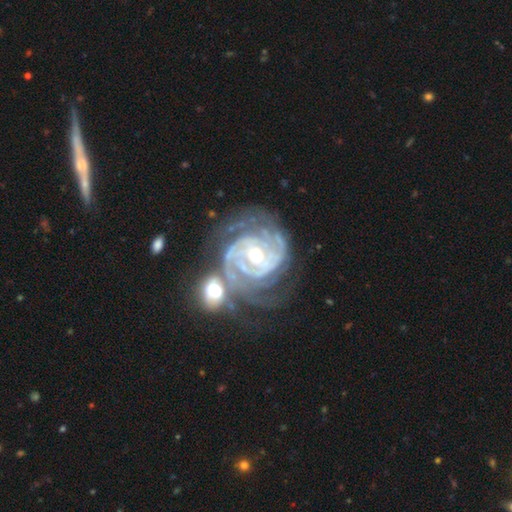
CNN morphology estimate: This is clearly a featured or disk galaxy (92%). It is clearly not viewed edge-on (98%). Bar: marginally no (43%). Spiral arm pattern: clearly yes (98%). Spiral arm count: marginally 2 (30%). Spiral winding: likely tight (75%). Central bulge: likely moderate (62%). Merging: possibly none (49%).